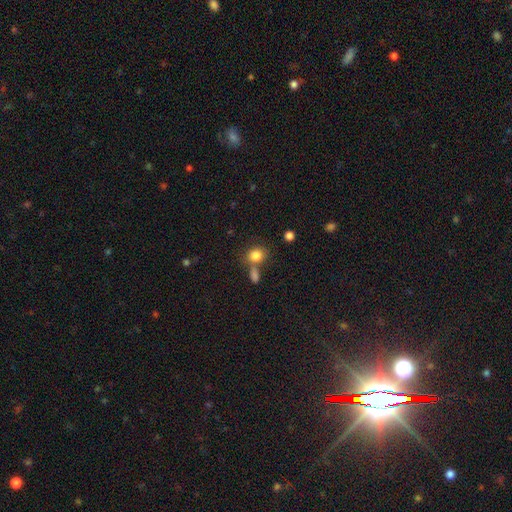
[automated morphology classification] A smooth galaxy with no disk features (83%) that is round (59%). Merging: none (58%).